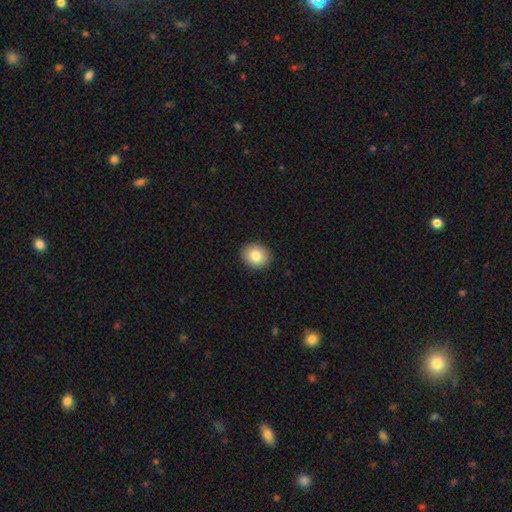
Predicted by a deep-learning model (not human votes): A smooth galaxy with no disk features (83%) that is round (71%). Merging: none (92%).